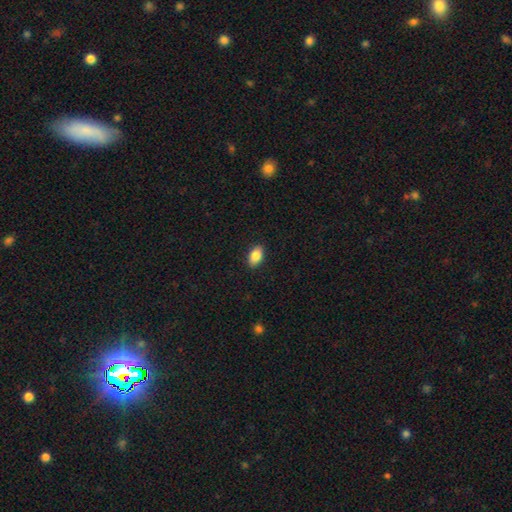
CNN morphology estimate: A smooth galaxy with no disk features (86%) that is in between round and cigar-shaped (90%). Merging: none (90%).